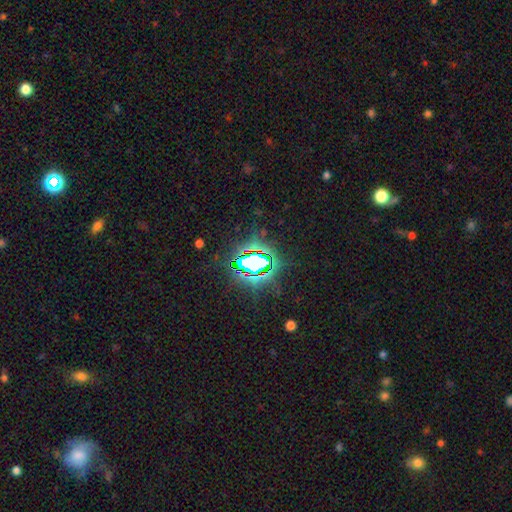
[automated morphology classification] This appears to be a star or artifact, not a galaxy (78%).